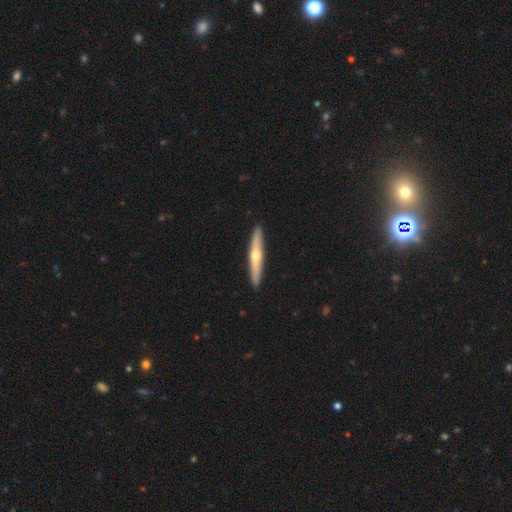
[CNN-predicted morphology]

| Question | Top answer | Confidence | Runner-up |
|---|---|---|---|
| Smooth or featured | featured or disk | 57% | smooth (38%) |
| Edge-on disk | yes | 95% | no (5%) |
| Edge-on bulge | rounded | 88% | none (10%) |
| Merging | none | 92% | minor disturbance (6%) |